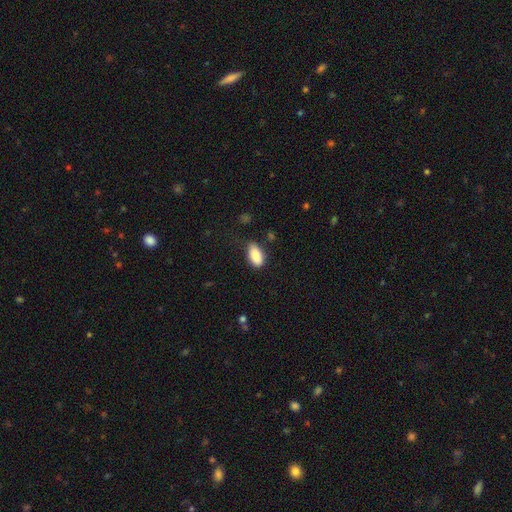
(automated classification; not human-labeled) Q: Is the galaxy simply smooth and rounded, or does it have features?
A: smooth — 87%.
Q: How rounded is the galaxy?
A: in between — 90%.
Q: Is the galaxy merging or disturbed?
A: none — 71%.